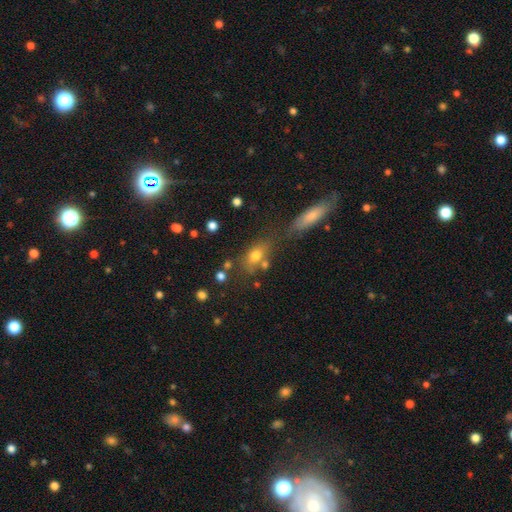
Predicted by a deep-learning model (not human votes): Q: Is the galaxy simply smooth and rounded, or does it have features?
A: smooth — 71%.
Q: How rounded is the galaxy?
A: in between — 68%.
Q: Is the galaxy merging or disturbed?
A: none — 55%.